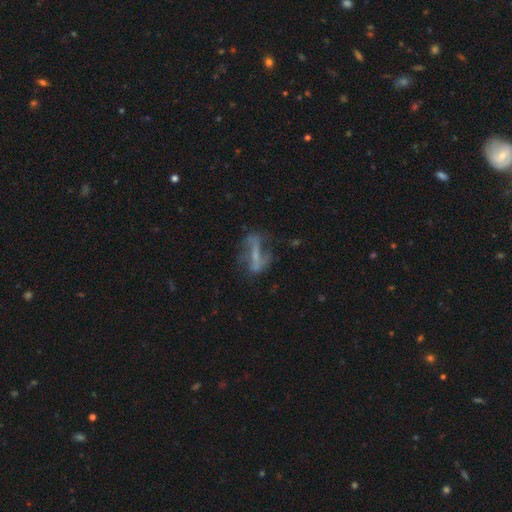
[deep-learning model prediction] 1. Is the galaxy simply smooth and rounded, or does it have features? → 64% featured or disk, 24% smooth, 11% star or artifact.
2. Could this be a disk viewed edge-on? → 82% no, 18% yes.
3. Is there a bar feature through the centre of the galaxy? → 54% strong, 24% weak, 22% no.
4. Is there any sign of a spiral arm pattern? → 59% yes, 41% no.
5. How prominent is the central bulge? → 44% none, 39% small, 13% moderate, 3% large, 1% dominant.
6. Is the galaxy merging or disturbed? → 53% none, 22% major disturbance, 21% minor disturbance, 5% merger.